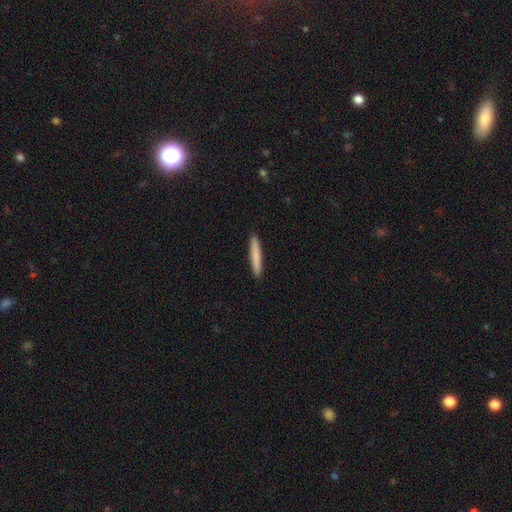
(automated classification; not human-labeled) Smooth or featured? smooth (80%)
How rounded? cigar-shaped (95%)
Merging? none (93%)